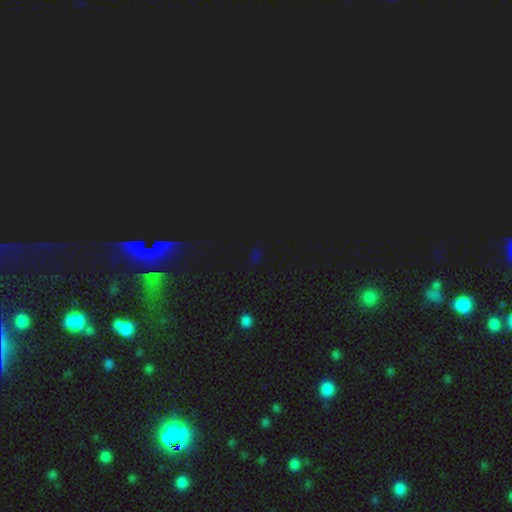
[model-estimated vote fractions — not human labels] Smooth or featured: star or artifact — 73% (smooth — 21%)